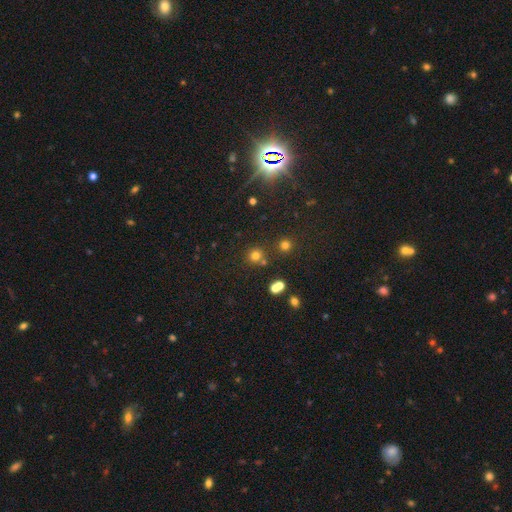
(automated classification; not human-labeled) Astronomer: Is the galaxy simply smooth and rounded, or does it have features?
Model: smooth — 71%.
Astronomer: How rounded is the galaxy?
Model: round — 91%.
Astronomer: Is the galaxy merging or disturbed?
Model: none — 73%.